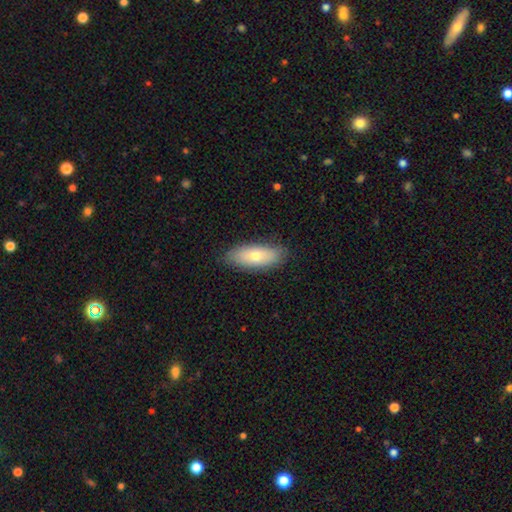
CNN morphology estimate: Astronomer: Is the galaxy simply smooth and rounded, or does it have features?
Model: smooth — 69%.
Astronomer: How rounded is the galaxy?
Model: in between — 78%.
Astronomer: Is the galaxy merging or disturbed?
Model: none — 85%.